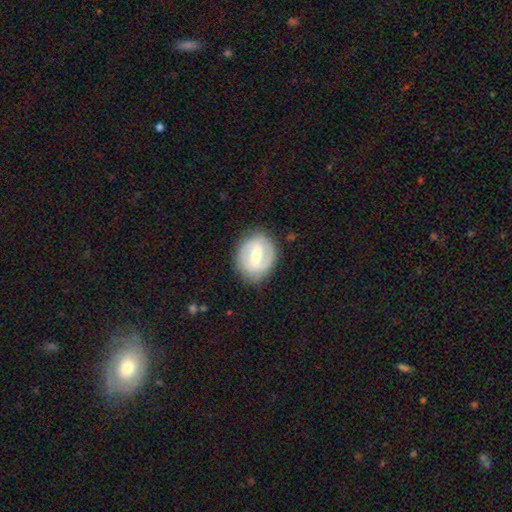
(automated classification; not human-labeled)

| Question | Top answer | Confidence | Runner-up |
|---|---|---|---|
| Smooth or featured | featured or disk | 78% | smooth (18%) |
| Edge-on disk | no | 97% | yes (3%) |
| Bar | strong | 46% | weak (43%) |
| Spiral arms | yes | 86% | no (14%) |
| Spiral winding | medium | 46% | tight (33%) |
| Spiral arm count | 2 | 86% | can't tell (7%) |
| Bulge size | moderate | 55% | small (37%) |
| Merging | none | 83% | minor disturbance (12%) |